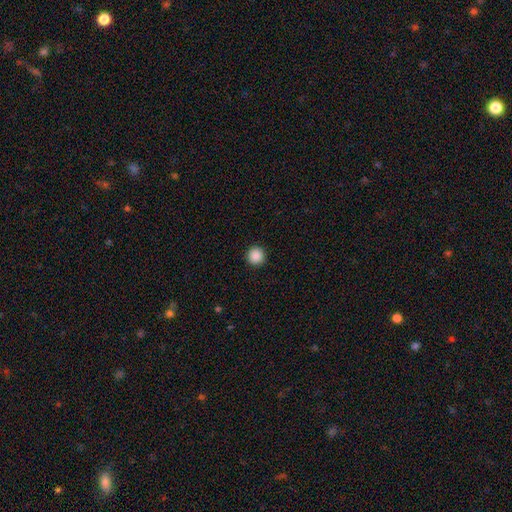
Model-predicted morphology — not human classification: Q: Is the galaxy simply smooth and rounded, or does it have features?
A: smooth — 88%.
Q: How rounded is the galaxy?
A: round — 96%.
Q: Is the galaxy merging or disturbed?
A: none — 93%.